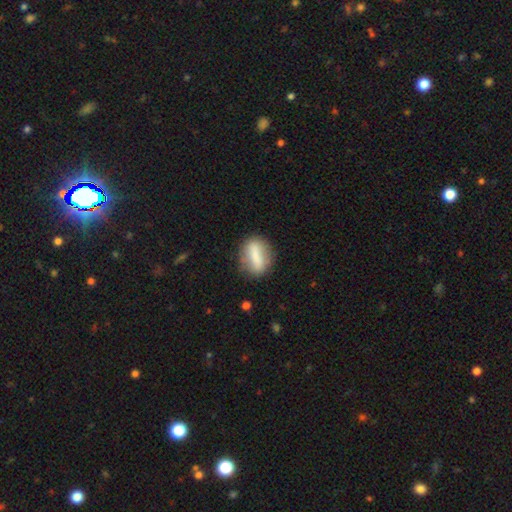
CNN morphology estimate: smooth_or_featured: smooth (p=0.65) [alt: featured or disk p=0.27]
how_rounded: in between (p=0.65) [alt: cigar-shaped p=0.18]
merging: none (p=0.74) [alt: minor disturbance p=0.16]